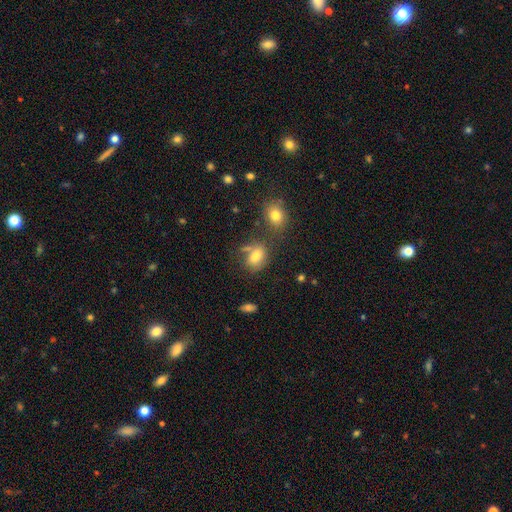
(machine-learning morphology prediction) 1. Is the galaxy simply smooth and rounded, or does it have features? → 75% smooth, 13% featured or disk, 12% star or artifact.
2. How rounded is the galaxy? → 70% in between, 29% round, 2% cigar-shaped.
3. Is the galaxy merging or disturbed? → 54% none, 20% merger, 18% minor disturbance, 8% major disturbance.